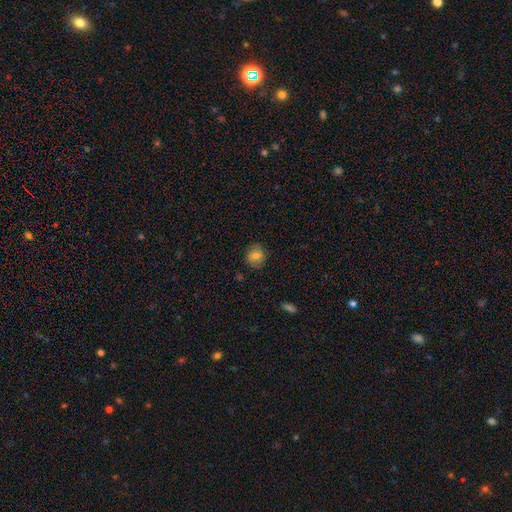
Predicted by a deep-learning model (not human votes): This appears to be a smooth galaxy with no disk features (70%) that is round (73%). Merging: none (82%).